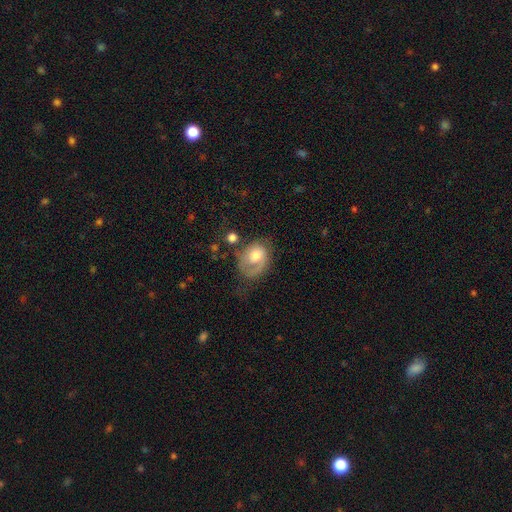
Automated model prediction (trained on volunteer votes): smooth_or_featured: featured or disk (p=0.49) [alt: smooth p=0.43]
merging: none (p=0.42) [alt: major disturbance p=0.27]